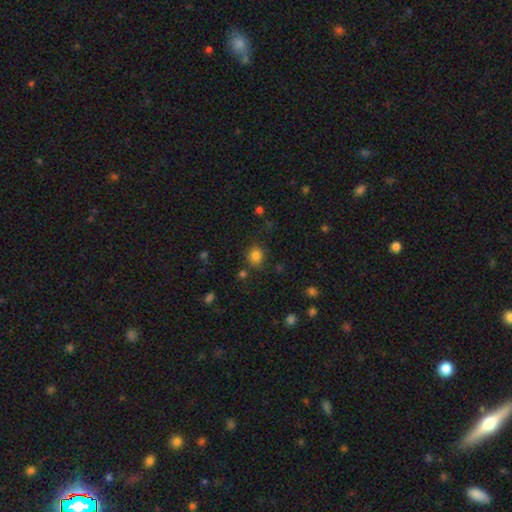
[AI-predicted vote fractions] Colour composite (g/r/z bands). It shows a smooth galaxy with no disk features (82%) that is round (74%). Merging: none (81%).